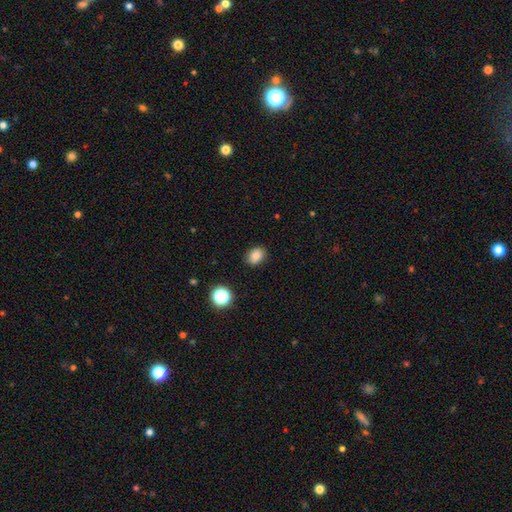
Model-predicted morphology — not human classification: This appears to be a smooth galaxy with no disk features (83%) that is in between round and cigar-shaped (65%). Merging: none (86%).